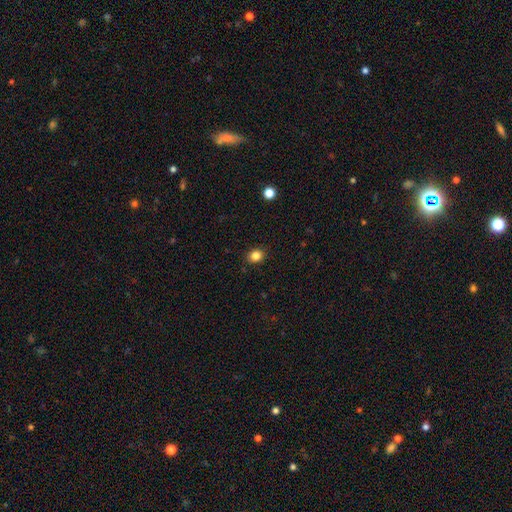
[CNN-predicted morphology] Q: Smooth or featured?
A: smooth (83%); runner-up: star or artifact (12%)
Q: How rounded?
A: round (66%); runner-up: in between (33%)
Q: Merging?
A: none (89%); runner-up: minor disturbance (8%)